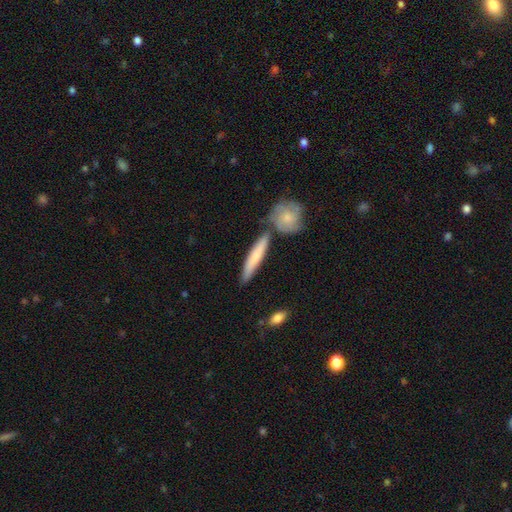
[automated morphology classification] Smooth or featured: smooth — 66% (featured or disk — 29%)
How rounded: cigar-shaped — 86% (in between — 12%)
Merging: none — 70% (merger — 15%)